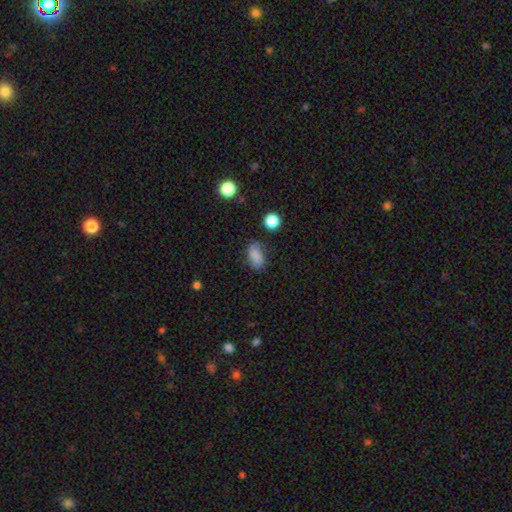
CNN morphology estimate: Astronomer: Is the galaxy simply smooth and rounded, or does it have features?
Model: smooth — 83%.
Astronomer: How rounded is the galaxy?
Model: in between — 88%.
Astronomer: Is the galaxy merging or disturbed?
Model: none — 72%.